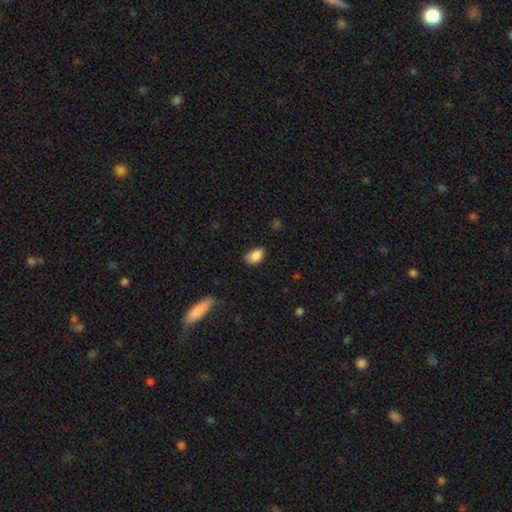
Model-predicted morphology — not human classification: A smooth galaxy with no disk features (86%) that is in between round and cigar-shaped (87%). Merging: none (66%).